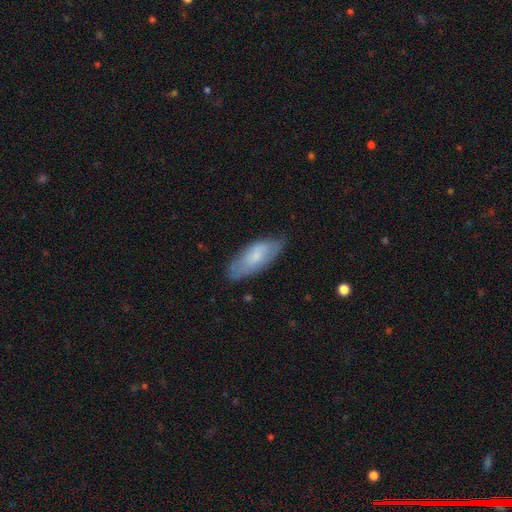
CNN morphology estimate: smooth_or_featured: smooth (p=0.66) [alt: featured or disk p=0.27]
how_rounded: in between (p=0.79) [alt: cigar-shaped p=0.20]
merging: none (p=0.71) [alt: minor disturbance p=0.23]